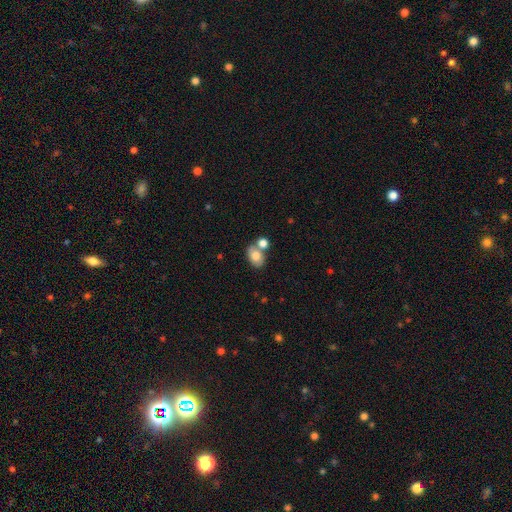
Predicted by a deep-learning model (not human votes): smooth_or_featured: smooth (p=0.76) [alt: featured or disk p=0.15]
how_rounded: in between (p=0.76) [alt: round p=0.23]
merging: none (p=0.46) [alt: merger p=0.37]